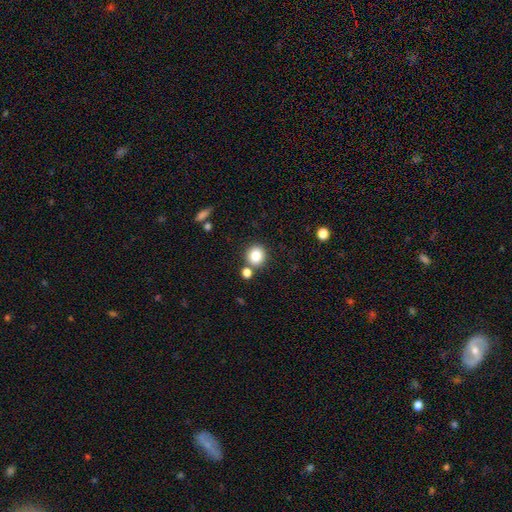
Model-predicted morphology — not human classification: This is clearly a smooth galaxy (83%). How rounded: clearly round (88%). Merging: likely none (77%).